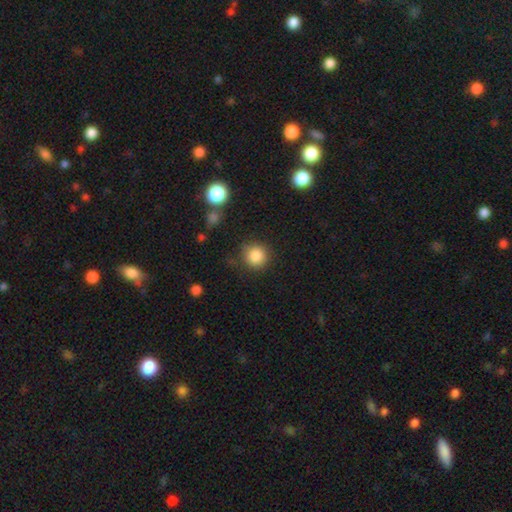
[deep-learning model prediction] smooth-or-featured: smooth: 85% | star or artifact: 10% | featured or disk: 5%
  how-rounded: round: 93% | in between: 6% | cigar-shaped: 1%
  merging: none: 84% | minor disturbance: 10% | major disturbance: 3% | merger: 2%